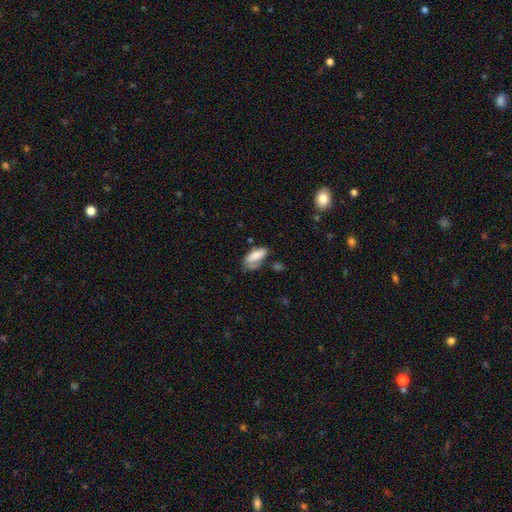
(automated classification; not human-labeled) Smooth or featured: smooth — 80% (featured or disk — 13%)
How rounded: in between — 82% (cigar-shaped — 16%)
Merging: none — 46% (minor disturbance — 31%)